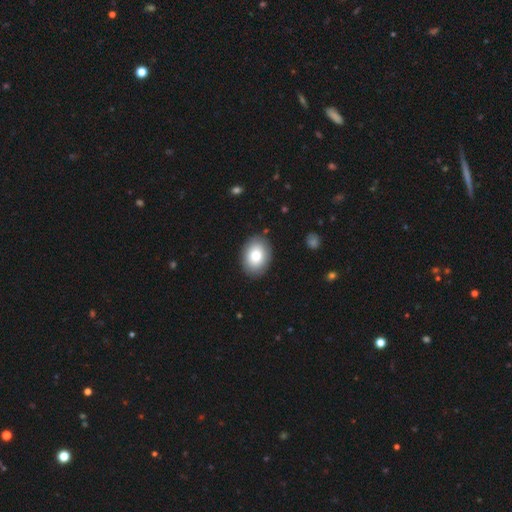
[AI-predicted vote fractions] The model was most divided on "how rounded": in between: 77%, round: 23%, cigar-shaped: 1%. More confident: merging — none (88%); smooth or featured — smooth (81%).